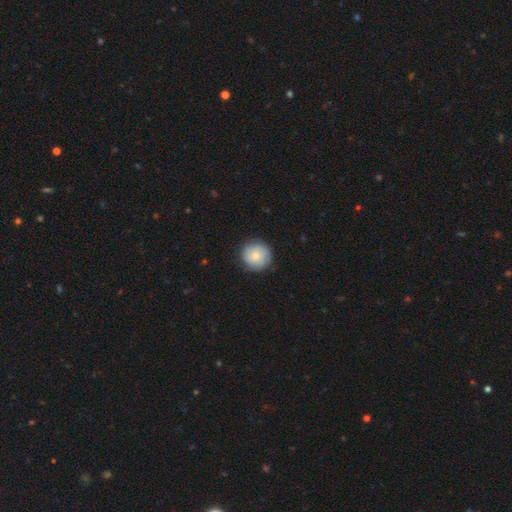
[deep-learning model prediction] Smooth or featured? Predicted: smooth (p=0.70). How rounded? Predicted: round (p=0.94). Merging? Predicted: none (p=0.84).